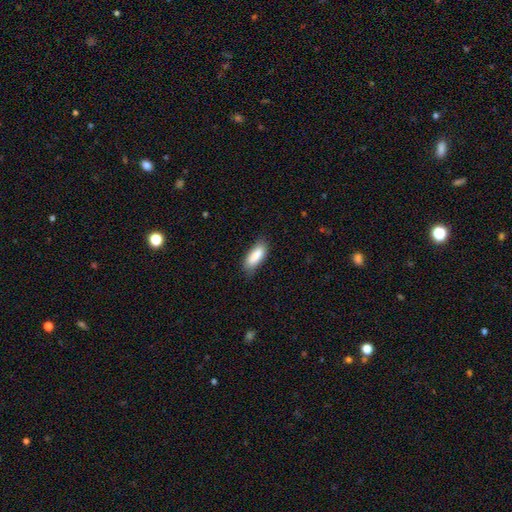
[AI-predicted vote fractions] This appears to be a smooth galaxy with no disk features (86%) that is in between round and cigar-shaped (73%). Merging: none (75%).